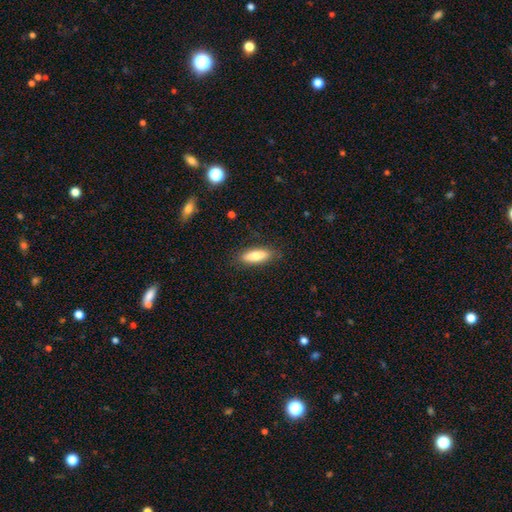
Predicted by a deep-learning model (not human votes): A smooth galaxy with no disk features (78%) that is in between round and cigar-shaped (65%). Merging: none (85%).